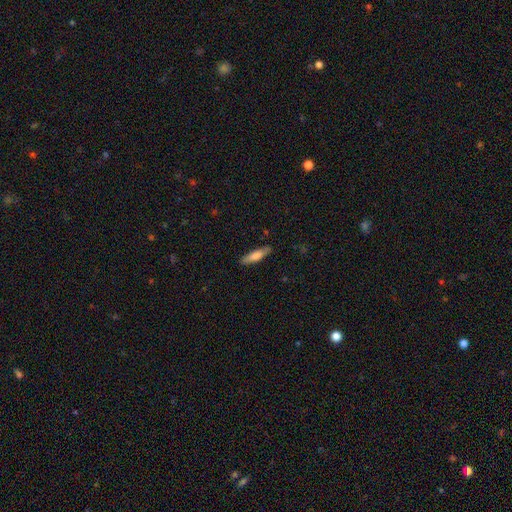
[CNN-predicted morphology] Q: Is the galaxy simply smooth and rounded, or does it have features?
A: smooth — 70%.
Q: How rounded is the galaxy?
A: cigar-shaped — 72%.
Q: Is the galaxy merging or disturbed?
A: none — 86%.